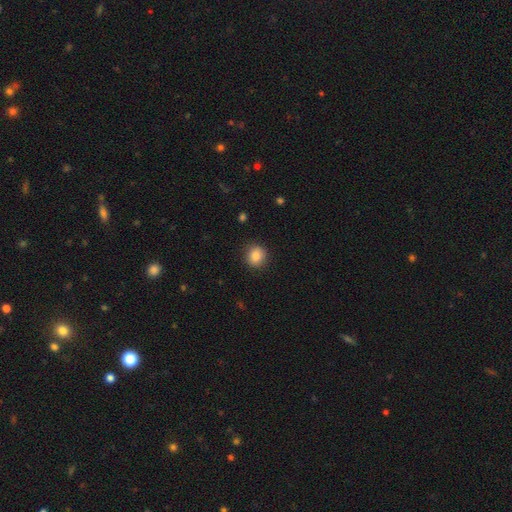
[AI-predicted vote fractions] smooth-or-featured: smooth: 86% | star or artifact: 9% | featured or disk: 5%
  how-rounded: round: 85% | in between: 14% | cigar-shaped: 1%
  merging: none: 88% | minor disturbance: 9% | major disturbance: 2% | merger: 1%